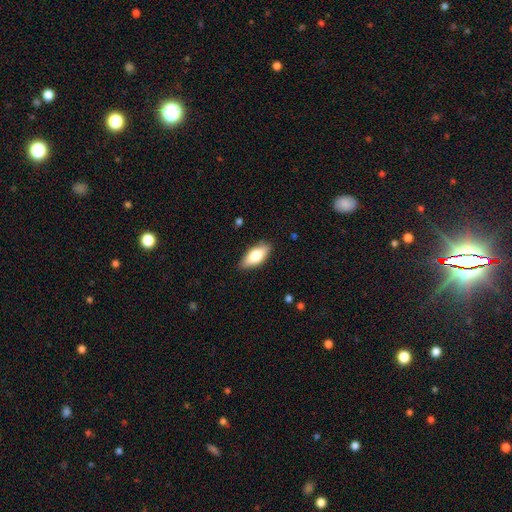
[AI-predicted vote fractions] A smooth galaxy with no disk features (72%) that is in between round and cigar-shaped (85%).

Vote fractions:
- Smooth or featured? smooth: 72% / featured or disk: 21% / star or artifact: 6%
- How rounded? in between: 85% / cigar-shaped: 13% / round: 3%
- Merging? none: 86% / minor disturbance: 11% / major disturbance: 2% / merger: 1%